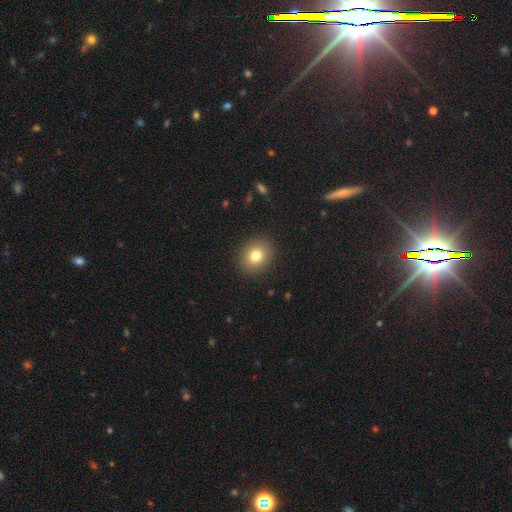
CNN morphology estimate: smooth 79%, star or artifact 11%, featured or disk 10%. Down the decision tree: how rounded — round (73%); merging — none (90%).